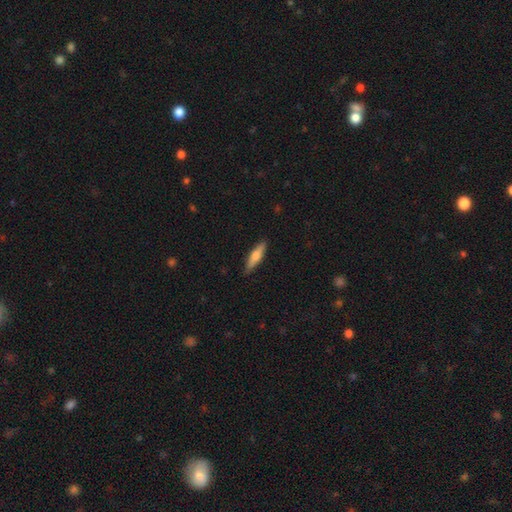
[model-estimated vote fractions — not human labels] Smooth or featured? Predicted: smooth (p=0.62). How rounded? Predicted: cigar-shaped (p=0.73). Merging? Predicted: none (p=0.87).